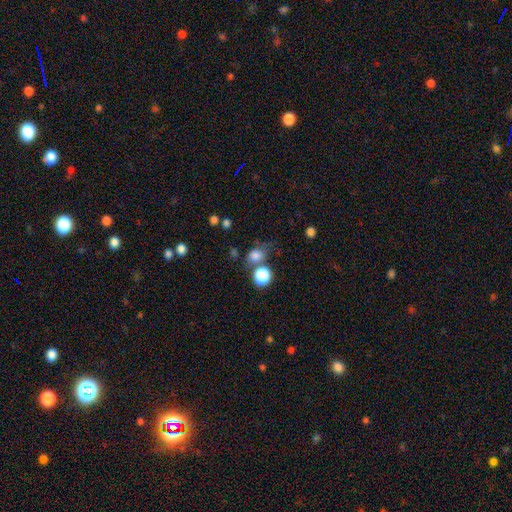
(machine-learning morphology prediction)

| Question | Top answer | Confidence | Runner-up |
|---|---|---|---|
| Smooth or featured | smooth | 78% | star or artifact (14%) |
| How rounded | round | 66% | in between (33%) |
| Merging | none | 54% | merger (23%) |